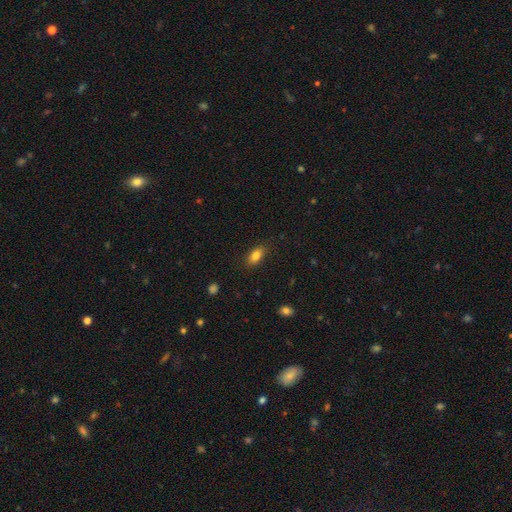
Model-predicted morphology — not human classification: Smooth or featured? Predicted: smooth (p=0.82). How rounded? Predicted: in between (p=0.86). Merging? Predicted: none (p=0.85).